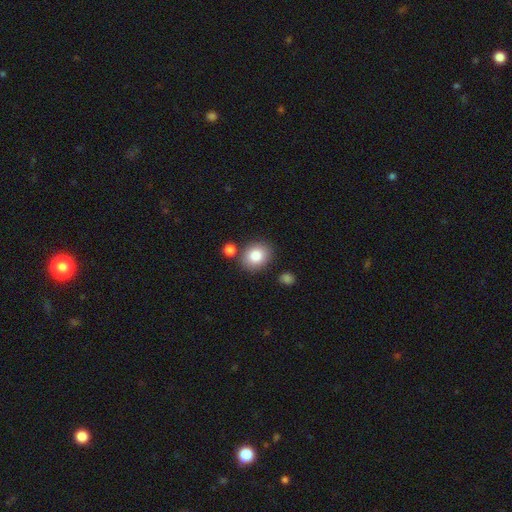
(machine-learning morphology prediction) The model was most divided on "how rounded": round: 54%, in between: 45%, cigar-shaped: 1%. More confident: smooth or featured — smooth (83%); merging — none (78%).